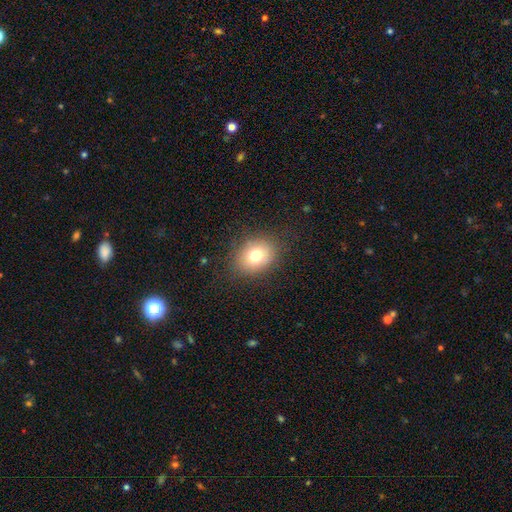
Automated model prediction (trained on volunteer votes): Q: Smooth or featured?
A: smooth (76%); runner-up: featured or disk (12%)
Q: How rounded?
A: in between (53%); runner-up: round (46%)
Q: Merging?
A: none (83%); runner-up: minor disturbance (11%)